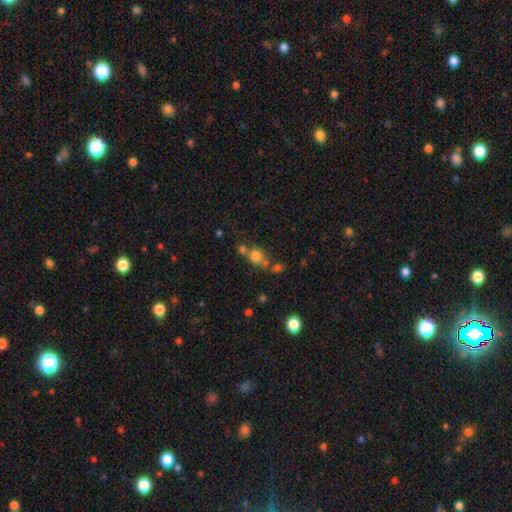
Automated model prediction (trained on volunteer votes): smooth-or-featured: smooth: 73% | star or artifact: 15% | featured or disk: 11%
  how-rounded: round: 79% | in between: 19% | cigar-shaped: 1%
  merging: none: 45% | merger: 37% | minor disturbance: 11% | major disturbance: 7%